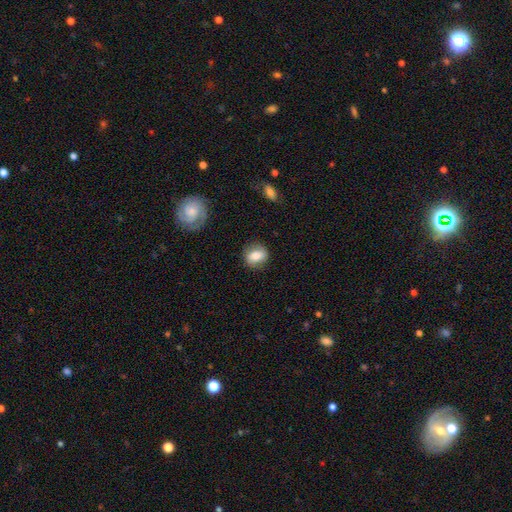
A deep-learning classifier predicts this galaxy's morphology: Smooth or featured: smooth — 76% (featured or disk — 16%)
How rounded: round — 59% (in between — 40%)
Merging: none — 81% (minor disturbance — 14%)